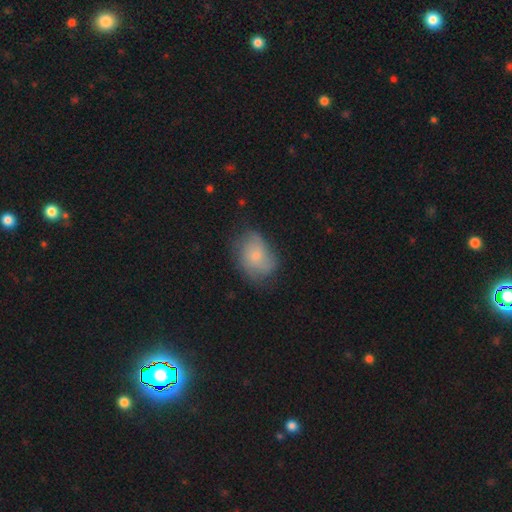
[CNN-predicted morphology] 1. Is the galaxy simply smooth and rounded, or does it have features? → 52% smooth, 39% featured or disk, 9% star or artifact.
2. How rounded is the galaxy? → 69% in between, 30% round, 1% cigar-shaped.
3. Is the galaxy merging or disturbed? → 58% none, 29% minor disturbance, 12% major disturbance, 2% merger.